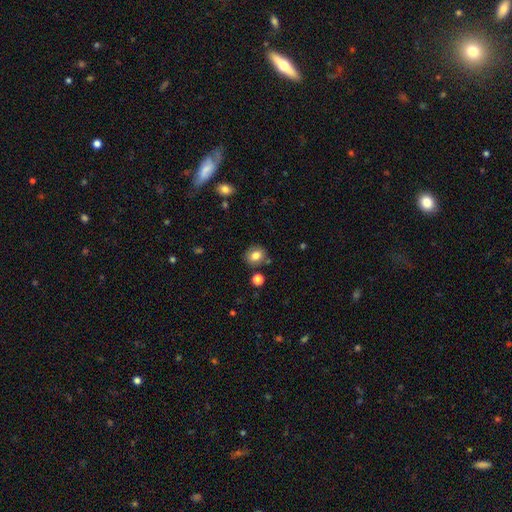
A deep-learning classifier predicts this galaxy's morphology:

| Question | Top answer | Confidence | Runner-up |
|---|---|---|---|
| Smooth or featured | smooth | 79% | star or artifact (10%) |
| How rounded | round | 67% | in between (32%) |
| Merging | none | 81% | minor disturbance (12%) |